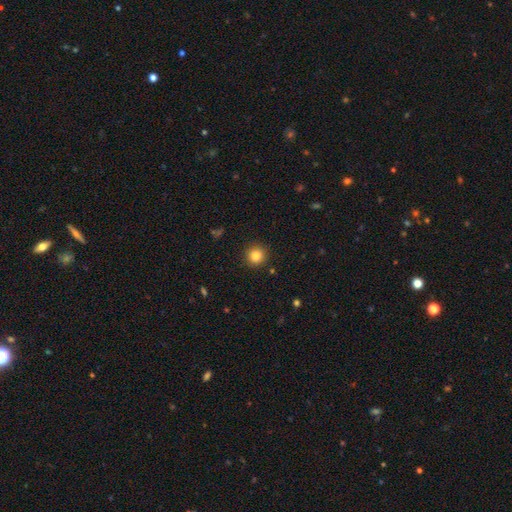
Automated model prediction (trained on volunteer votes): This is clearly a smooth galaxy (84%). How rounded: clearly round (94%). Merging: clearly none (91%).